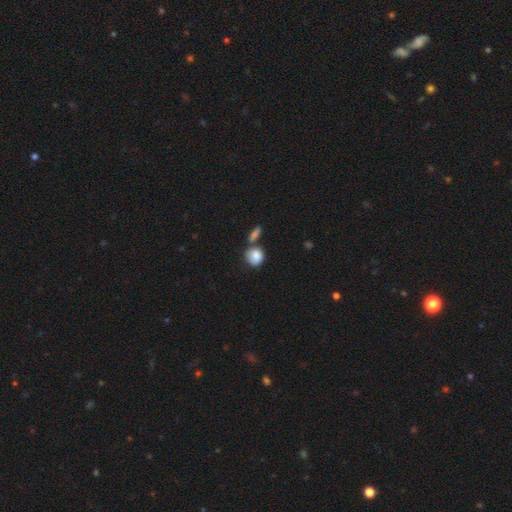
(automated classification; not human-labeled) A smooth galaxy with no disk features (84%) that is round (73%).

Vote fractions:
- Smooth or featured? smooth: 84% / featured or disk: 8% / star or artifact: 8%
- How rounded? round: 73% / in between: 25% / cigar-shaped: 2%
- Merging? none: 49% / merger: 28% / minor disturbance: 17% / major disturbance: 6%